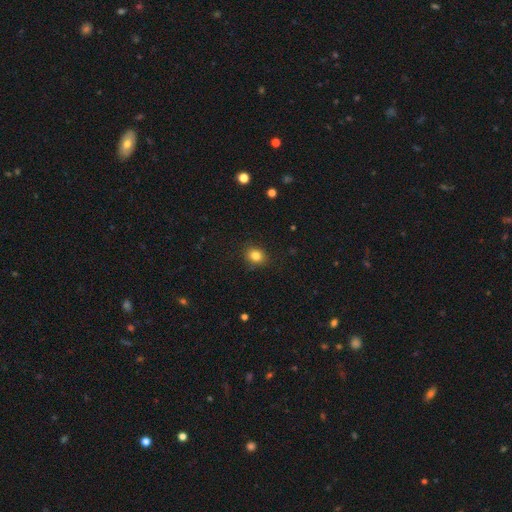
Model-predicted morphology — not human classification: A smooth galaxy with no disk features (83%) that is round (69%).

Vote fractions:
- Smooth or featured? smooth: 83% / star or artifact: 11% / featured or disk: 6%
- How rounded? round: 69% / in between: 30% / cigar-shaped: 1%
- Merging? none: 88% / minor disturbance: 9% / major disturbance: 2% / merger: 1%